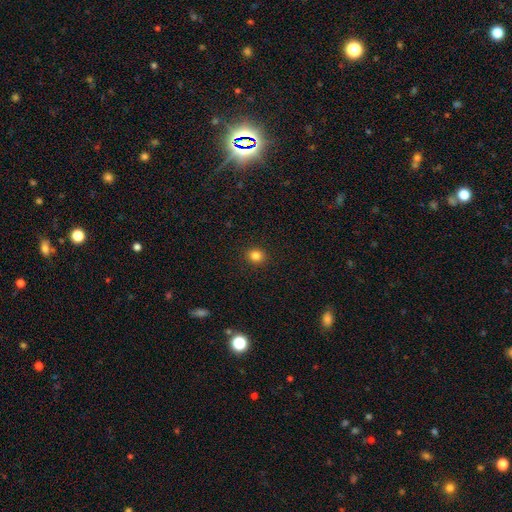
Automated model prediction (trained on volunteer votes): smooth 83%, star or artifact 12%, featured or disk 5%. Down the decision tree: how rounded — round (81%); merging — none (92%).